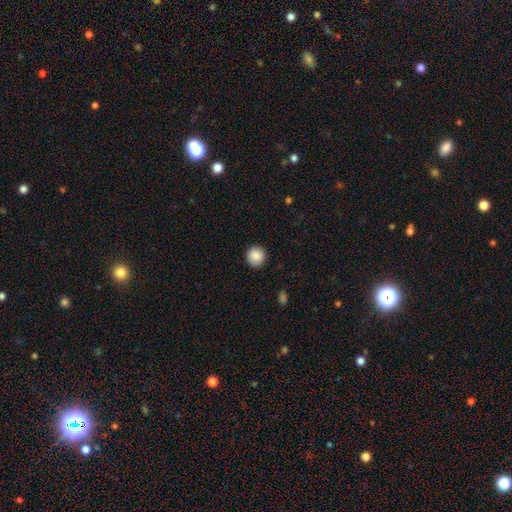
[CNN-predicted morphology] The model was most divided on "smooth or featured": smooth: 87%, star or artifact: 8%, featured or disk: 5%. More confident: how rounded — round (91%); merging — none (89%).